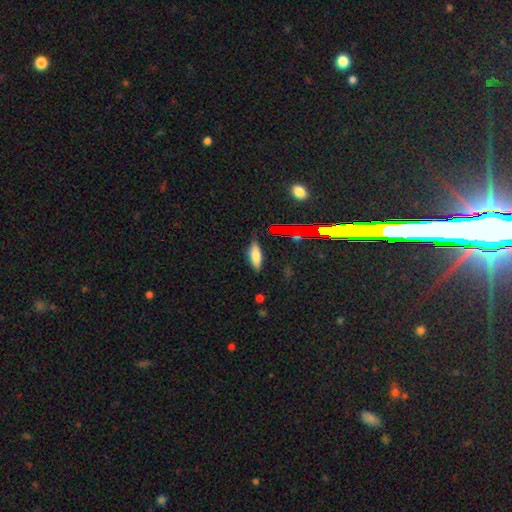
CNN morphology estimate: smooth-or-featured: smooth: 73% | featured or disk: 15% | star or artifact: 11%
  how-rounded: in between: 58% | cigar-shaped: 40% | round: 2%
  merging: none: 80% | minor disturbance: 15% | major disturbance: 3% | merger: 2%